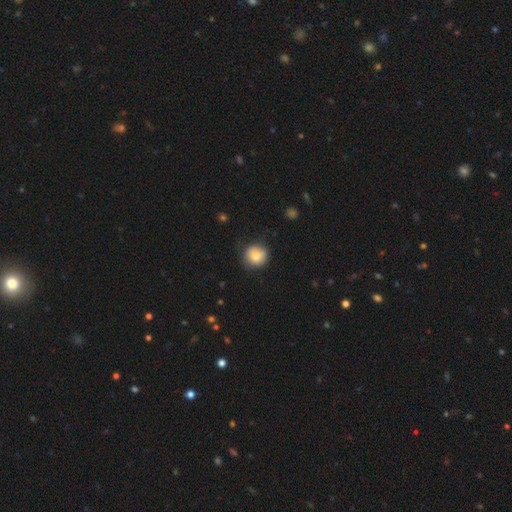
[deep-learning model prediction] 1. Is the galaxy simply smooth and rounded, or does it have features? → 77% smooth, 13% featured or disk, 10% star or artifact.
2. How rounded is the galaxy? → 93% round, 6% in between, 1% cigar-shaped.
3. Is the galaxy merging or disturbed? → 82% none, 13% minor disturbance, 3% major disturbance, 1% merger.